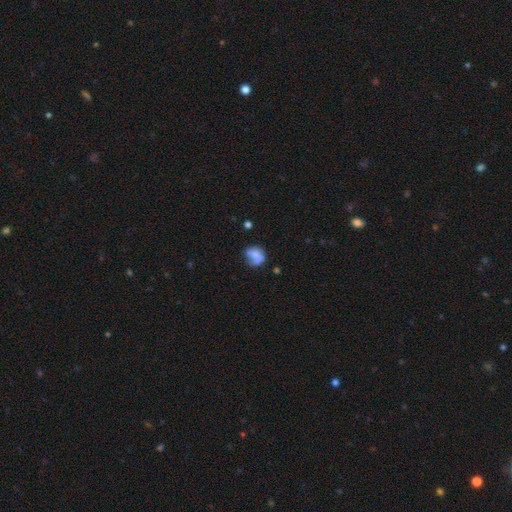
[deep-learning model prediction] This is possibly a smooth galaxy (52%). How rounded: possibly round (55%). Merging: marginally none (38%).